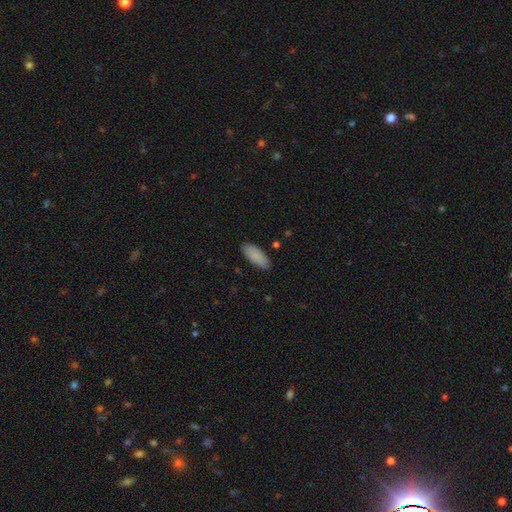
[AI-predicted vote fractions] Morphology: type=smooth (89%); roundness=in between (81%); merging=none (86%).